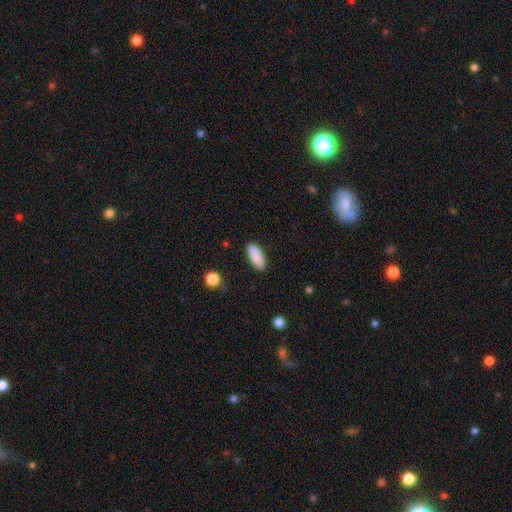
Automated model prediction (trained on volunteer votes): Smooth or featured? smooth (89%)
How rounded? in between (73%)
Merging? none (86%)